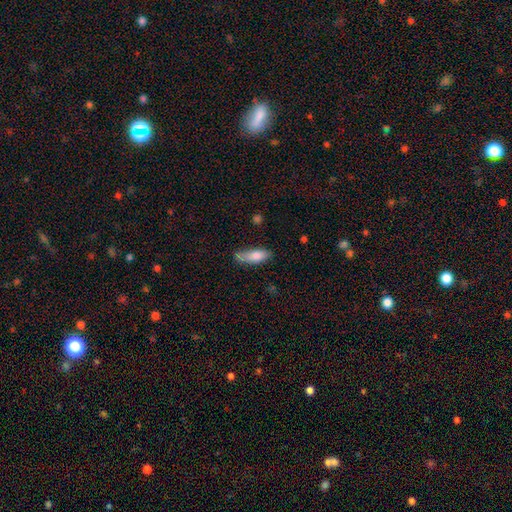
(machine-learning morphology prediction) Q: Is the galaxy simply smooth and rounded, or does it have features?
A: smooth — 79%.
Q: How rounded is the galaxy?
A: in between — 62%.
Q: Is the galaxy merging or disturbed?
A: none — 55%.